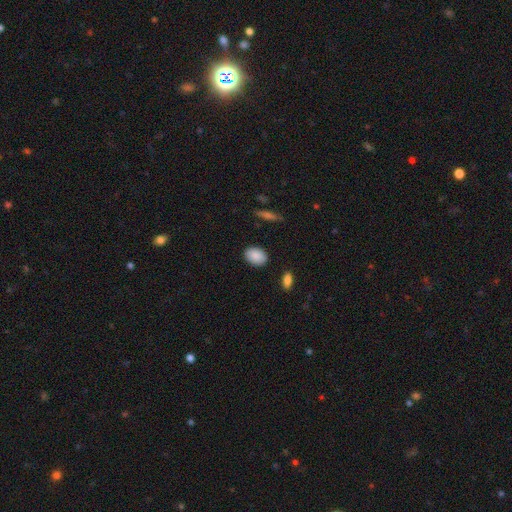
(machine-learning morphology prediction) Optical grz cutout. It shows a smooth galaxy with no disk features (89%) that is in between round and cigar-shaped (80%). Merging: none (87%).